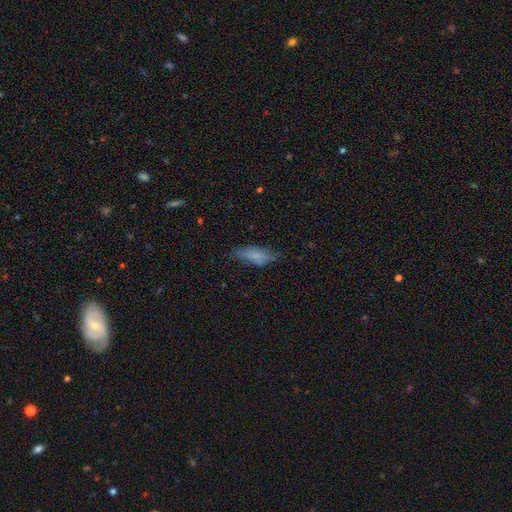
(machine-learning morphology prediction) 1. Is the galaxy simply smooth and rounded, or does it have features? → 63% smooth, 28% featured or disk, 10% star or artifact.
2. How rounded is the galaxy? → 61% in between, 37% cigar-shaped, 3% round.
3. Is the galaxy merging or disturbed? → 60% none, 28% minor disturbance, 9% major disturbance, 3% merger.